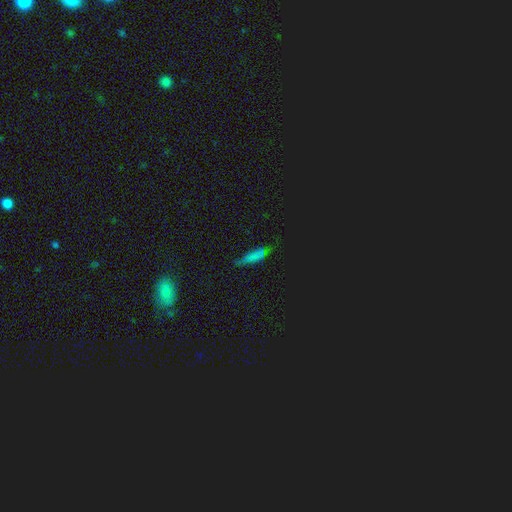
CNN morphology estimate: A smooth galaxy with no disk features (58%) that is cigar-shaped (61%). Merging: none (60%).